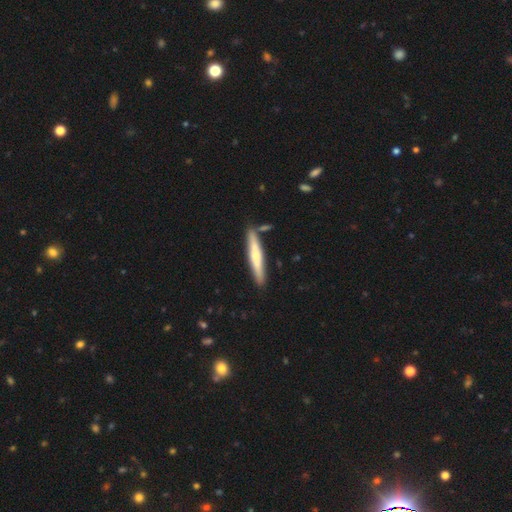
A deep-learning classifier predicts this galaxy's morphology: This is possibly a smooth galaxy (52%). How rounded: clearly cigar-shaped (93%). Merging: clearly none (85%).